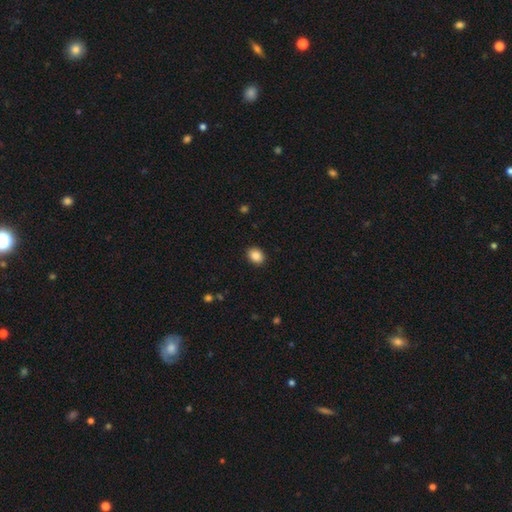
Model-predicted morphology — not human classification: smooth-or-featured: smooth: 87% | star or artifact: 9% | featured or disk: 4%
  how-rounded: in between: 59% | round: 41% | cigar-shaped: 1%
  merging: none: 91% | minor disturbance: 7% | major disturbance: 2% | merger: 1%